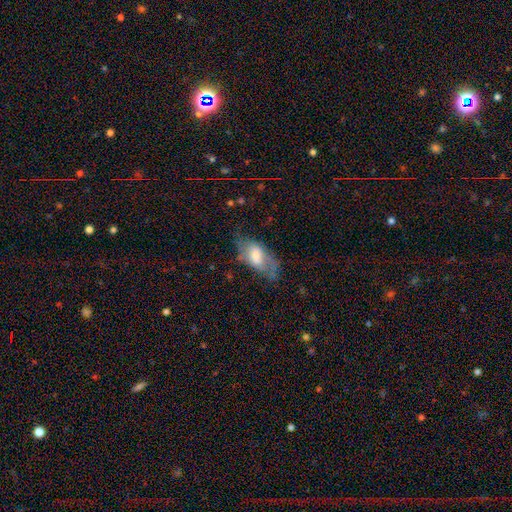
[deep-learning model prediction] smooth-or-featured: smooth: 47% | featured or disk: 46% | star or artifact: 8%
  merging: none: 52% | minor disturbance: 28% | major disturbance: 18% | merger: 2%